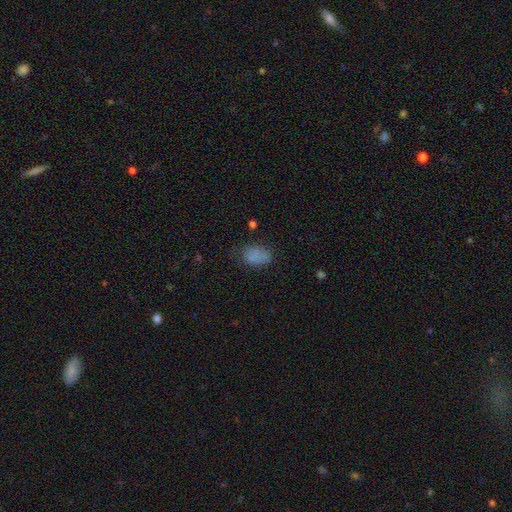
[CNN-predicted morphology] type=smooth (82%); roundness=in between (83%); merging=none (66%).